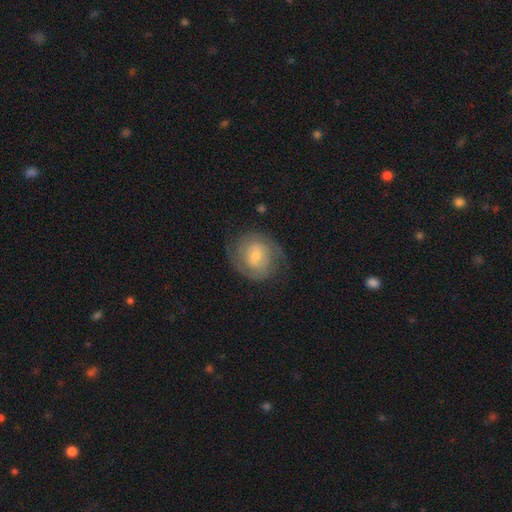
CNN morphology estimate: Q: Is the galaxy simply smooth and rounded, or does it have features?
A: featured or disk — 74%.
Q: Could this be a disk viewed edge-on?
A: no — 98%.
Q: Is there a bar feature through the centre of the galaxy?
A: no — 45%, tied with weak.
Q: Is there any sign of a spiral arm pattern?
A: yes — 92%.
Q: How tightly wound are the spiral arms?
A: tight — 55%.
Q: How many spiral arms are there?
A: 2 — 73%.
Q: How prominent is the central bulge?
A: small — 51%.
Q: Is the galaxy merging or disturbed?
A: none — 76%.